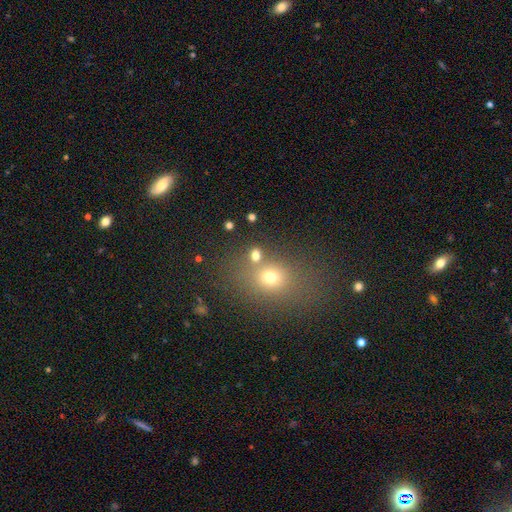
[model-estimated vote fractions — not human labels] Smooth or featured?
  - smooth: 69% *
  - star or artifact: 21%
  - featured or disk: 10%
How rounded?
  - round: 61% *
  - in between: 37%
  - cigar-shaped: 2%
Merging?
  - none: 67% *
  - merger: 17%
  - minor disturbance: 10%
  - major disturbance: 6%